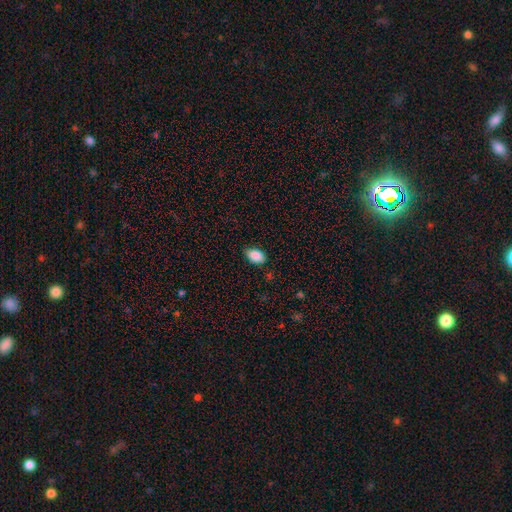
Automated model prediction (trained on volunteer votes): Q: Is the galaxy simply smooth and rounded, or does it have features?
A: smooth — 88%.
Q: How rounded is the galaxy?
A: in between — 92%.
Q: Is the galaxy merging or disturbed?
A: none — 82%.